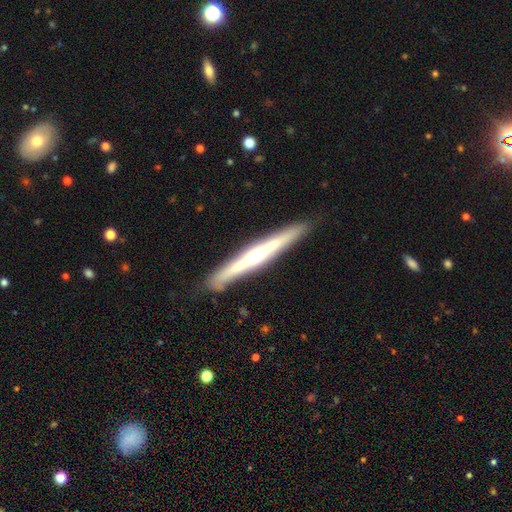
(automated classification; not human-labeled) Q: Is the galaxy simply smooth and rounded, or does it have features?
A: featured or disk — 67%.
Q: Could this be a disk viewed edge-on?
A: yes — 96%.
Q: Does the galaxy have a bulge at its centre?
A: rounded — 75%.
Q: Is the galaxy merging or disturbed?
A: none — 89%.